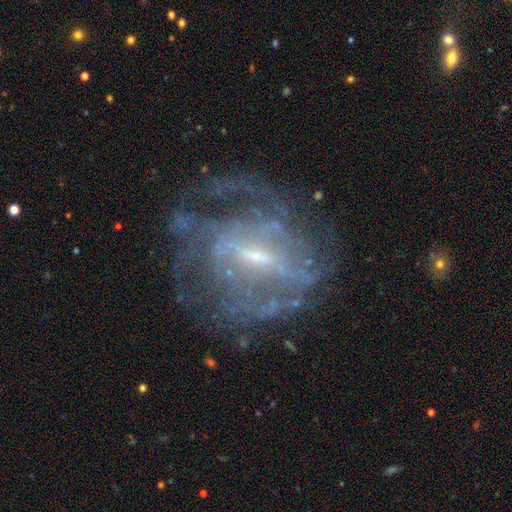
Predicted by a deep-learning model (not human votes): Overall: featured or disk (83%). Edge-on disk: no (96%). Bar: weak (50%; strong 31%). Spiral arms: yes (80%). Spiral arm count: can't tell (47%; 2 16%). Spiral winding: tight (45%; medium 38%). Bulge size: small (65%; moderate 25%). Merging: none (58%; major disturbance 21%).